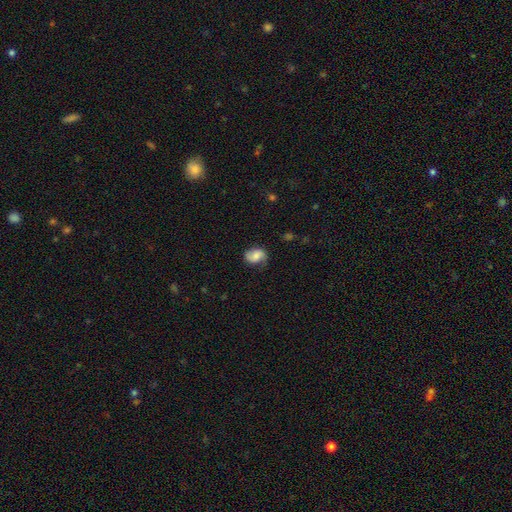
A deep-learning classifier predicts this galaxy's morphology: smooth 53%, featured or disk 38%, star or artifact 9%. Down the decision tree: how rounded — in between (66%); merging — none (71%).